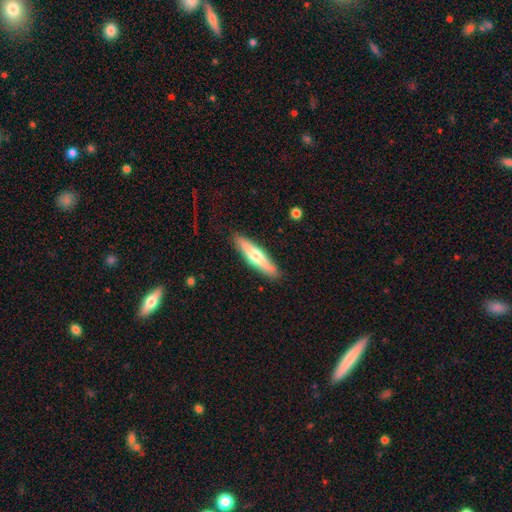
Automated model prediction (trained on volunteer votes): This is possibly a smooth galaxy (52%). How rounded: likely cigar-shaped (79%). Merging: clearly none (89%).